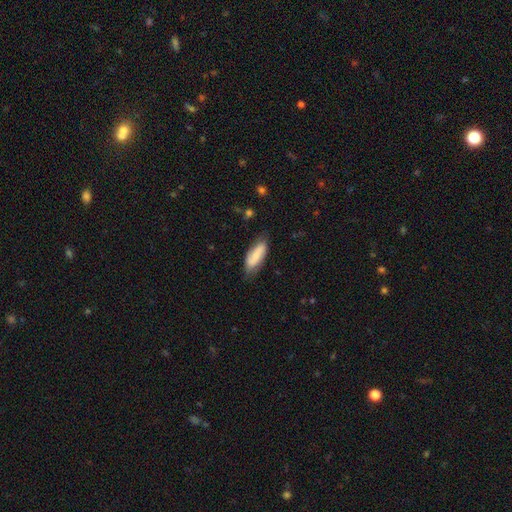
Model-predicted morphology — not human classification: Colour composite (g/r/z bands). It shows a smooth galaxy with no disk features (66%) that is in between round and cigar-shaped (73%). Merging: none (69%).